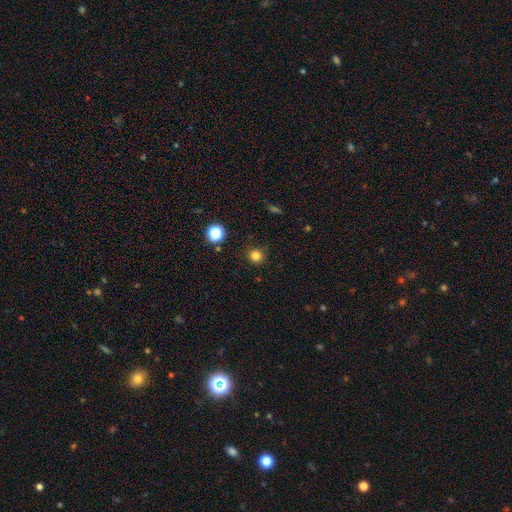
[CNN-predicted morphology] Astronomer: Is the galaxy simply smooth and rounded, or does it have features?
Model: smooth — 81%.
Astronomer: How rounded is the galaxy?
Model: round — 91%.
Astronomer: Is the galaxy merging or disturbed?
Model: none — 89%.